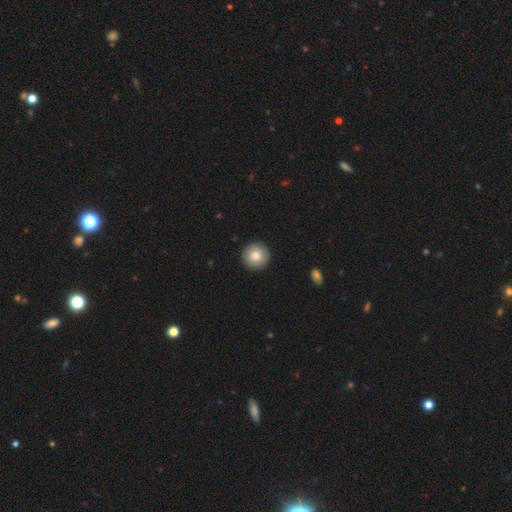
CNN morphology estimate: A smooth galaxy with no disk features (81%) that is round (96%). Merging: none (91%).